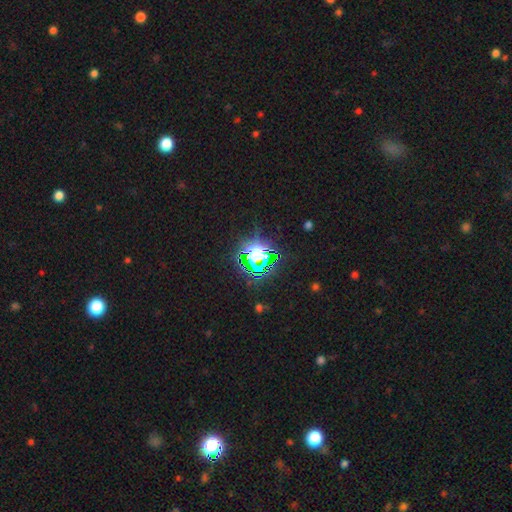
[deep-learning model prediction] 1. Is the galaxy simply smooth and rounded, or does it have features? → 73% star or artifact, 15% smooth, 11% featured or disk.